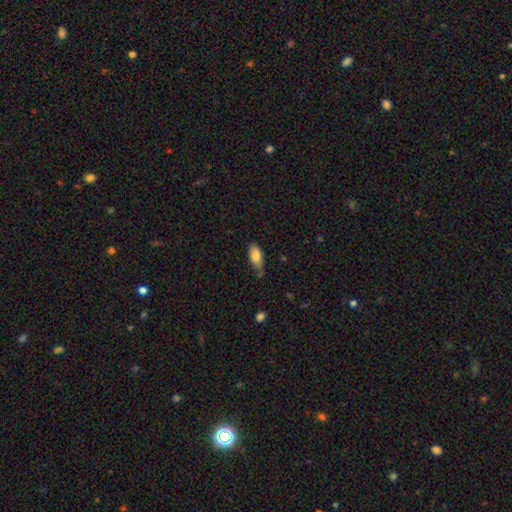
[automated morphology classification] type=smooth (82%); roundness=in between (89%); merging=none (59%).